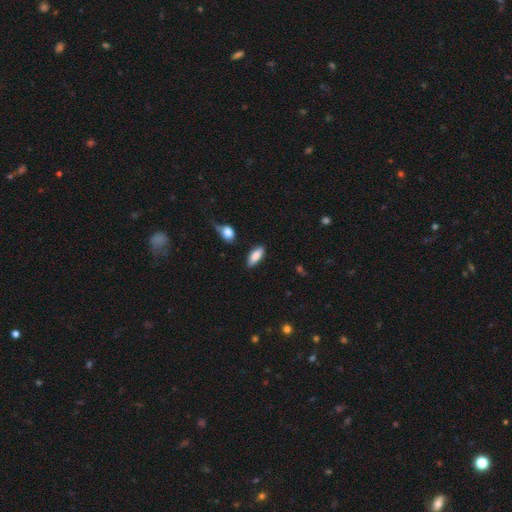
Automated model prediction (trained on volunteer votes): A smooth galaxy with no disk features (84%) that is in between round and cigar-shaped (79%). Merging: none (81%).